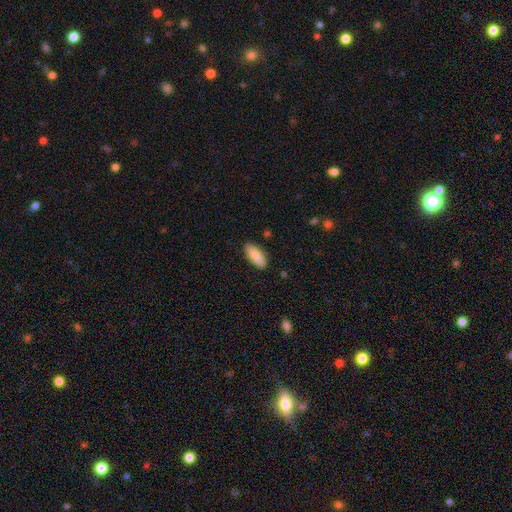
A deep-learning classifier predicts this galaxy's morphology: smooth_or_featured: smooth (p=0.90) [alt: star or artifact p=0.06]
how_rounded: in between (p=0.83) [alt: cigar-shaped p=0.16]
merging: none (p=0.87) [alt: minor disturbance p=0.10]